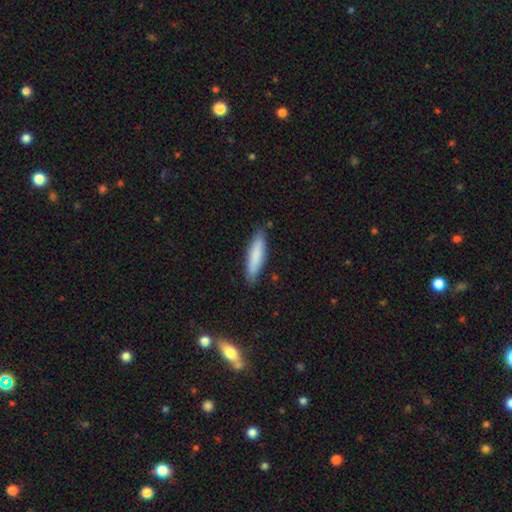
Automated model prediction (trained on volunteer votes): Smooth or featured: smooth — 80% (featured or disk — 14%)
How rounded: cigar-shaped — 77% (in between — 22%)
Merging: none — 84% (minor disturbance — 13%)